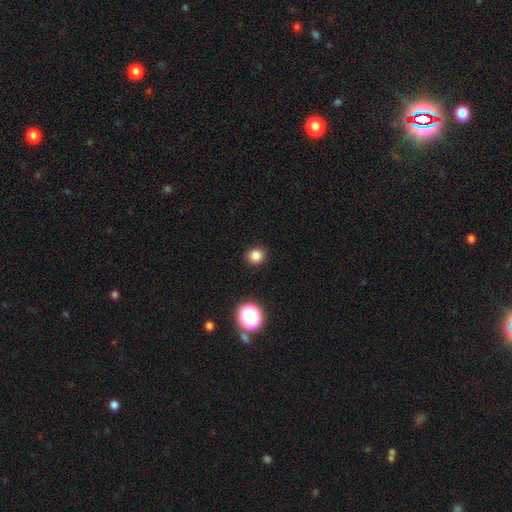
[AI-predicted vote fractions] smooth_or_featured: smooth (p=0.83) [alt: star or artifact p=0.13]
how_rounded: round (p=0.90) [alt: in between p=0.09]
merging: none (p=0.91) [alt: minor disturbance p=0.06]